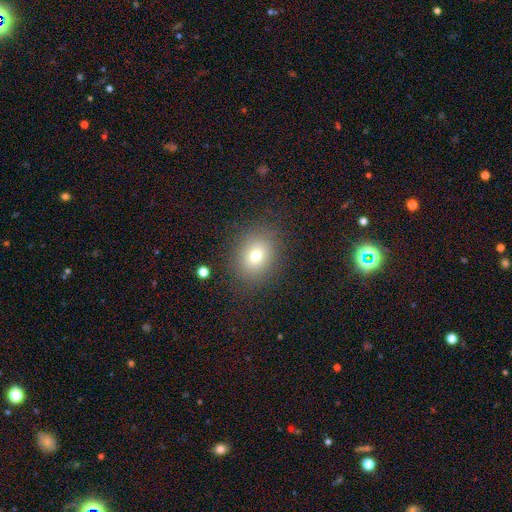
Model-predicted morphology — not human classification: This appears to be a smooth galaxy with no disk features (73%) that is round (57%). Merging: none (85%).